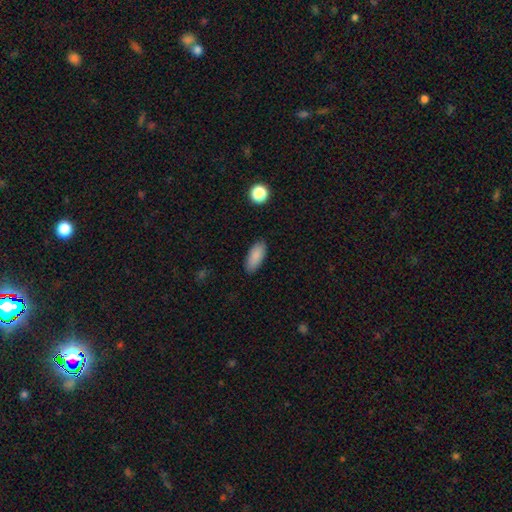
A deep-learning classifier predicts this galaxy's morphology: This appears to be a smooth galaxy with no disk features (88%) that is in between round and cigar-shaped (86%). Merging: none (86%).